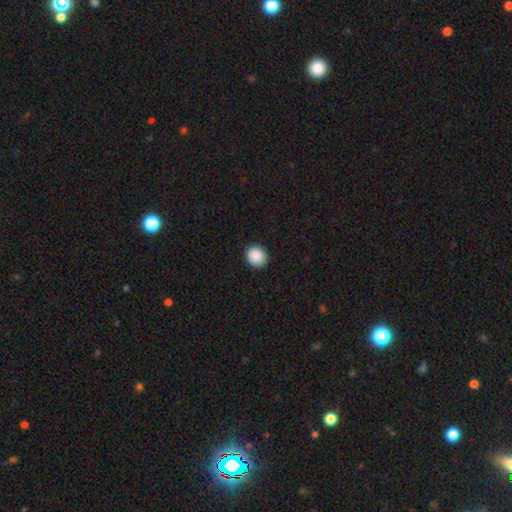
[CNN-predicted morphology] type=smooth (89%); roundness=round (78%); merging=none (90%).